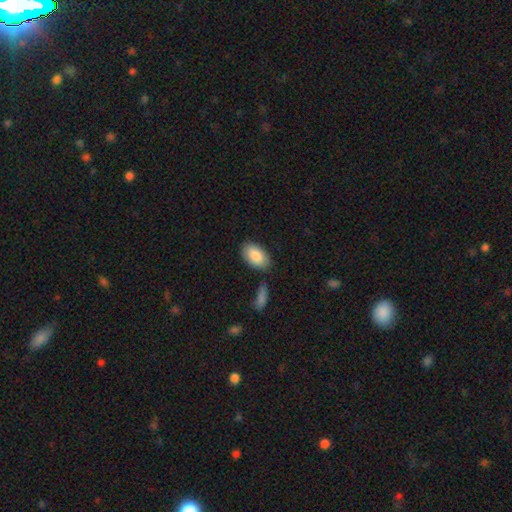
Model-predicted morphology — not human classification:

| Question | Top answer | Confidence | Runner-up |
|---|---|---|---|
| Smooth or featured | smooth | 86% | featured or disk (9%) |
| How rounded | in between | 94% | round (4%) |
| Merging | none | 78% | minor disturbance (13%) |